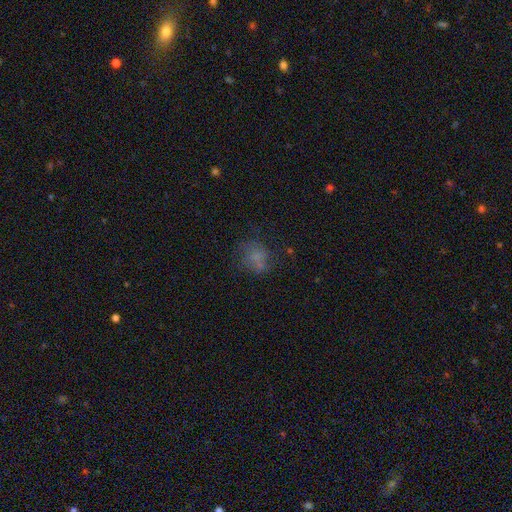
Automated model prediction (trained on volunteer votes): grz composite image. It shows a smooth galaxy with no disk features (62%) that is round (65%). Merging: none (53%).